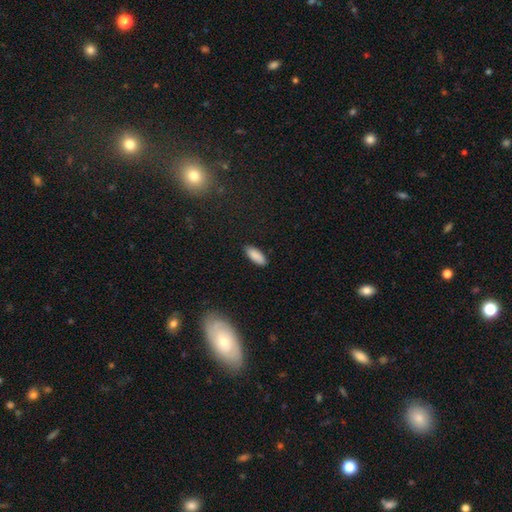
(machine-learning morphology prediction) A smooth galaxy with no disk features (89%) that is in between round and cigar-shaped (78%).

Vote fractions:
- Smooth or featured? smooth: 89% / star or artifact: 7% / featured or disk: 4%
- How rounded? in between: 78% / cigar-shaped: 21% / round: 2%
- Merging? none: 88% / minor disturbance: 9% / major disturbance: 2% / merger: 1%